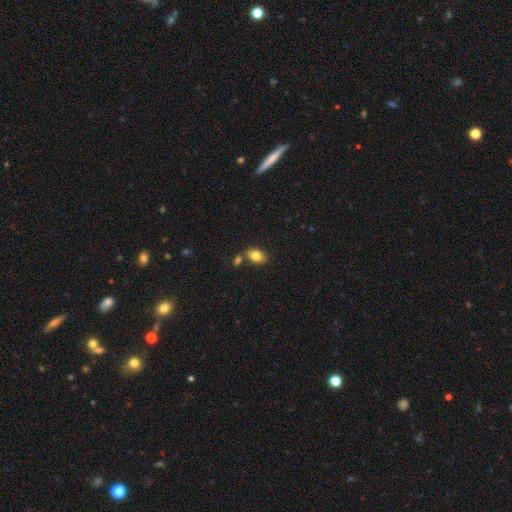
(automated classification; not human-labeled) This is clearly a smooth galaxy (81%). How rounded: clearly in between (87%). Merging: likely none (66%).